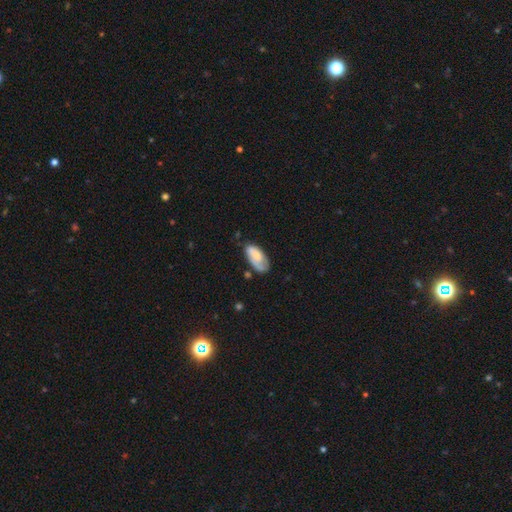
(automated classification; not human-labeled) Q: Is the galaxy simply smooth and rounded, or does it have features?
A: smooth — 59%.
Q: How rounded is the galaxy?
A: in between — 91%.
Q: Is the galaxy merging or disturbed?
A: none — 49%.